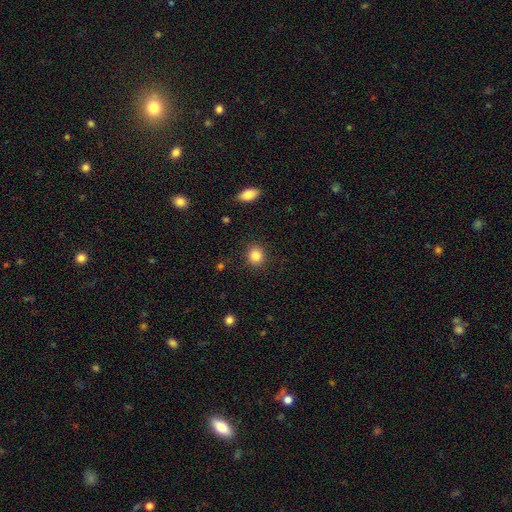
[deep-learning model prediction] A smooth galaxy with no disk features (85%) that is round (83%).

Vote fractions:
- Smooth or featured? smooth: 85% / star or artifact: 10% / featured or disk: 5%
- How rounded? round: 83% / in between: 16% / cigar-shaped: 1%
- Merging? none: 90% / minor disturbance: 7% / major disturbance: 3% / merger: 1%